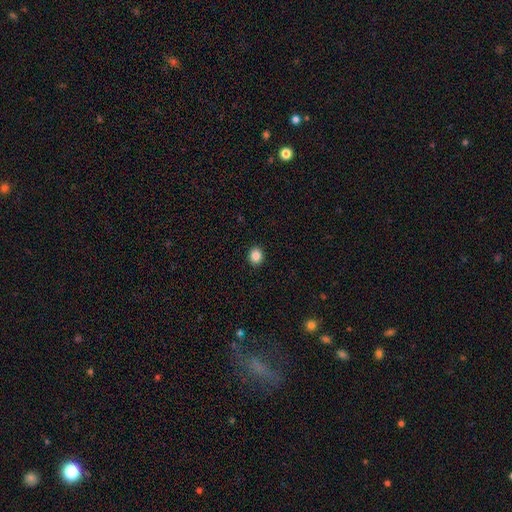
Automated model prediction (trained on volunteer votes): Smooth or featured? smooth (86%)
How rounded? round (73%)
Merging? none (92%)